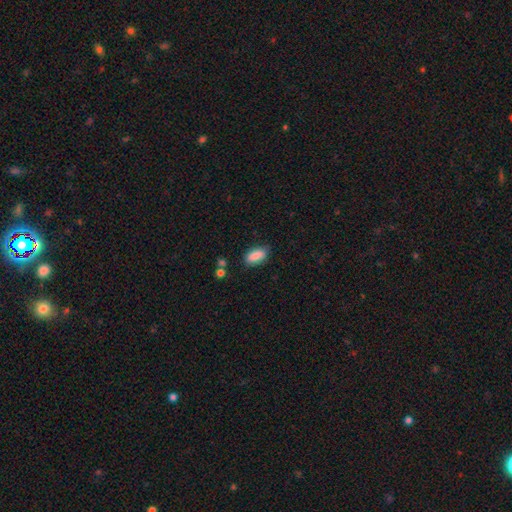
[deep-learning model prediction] The model was most divided on "merging": none: 79%, minor disturbance: 15%, major disturbance: 3%, merger: 2%. More confident: how rounded — in between (89%); smooth or featured — smooth (87%).